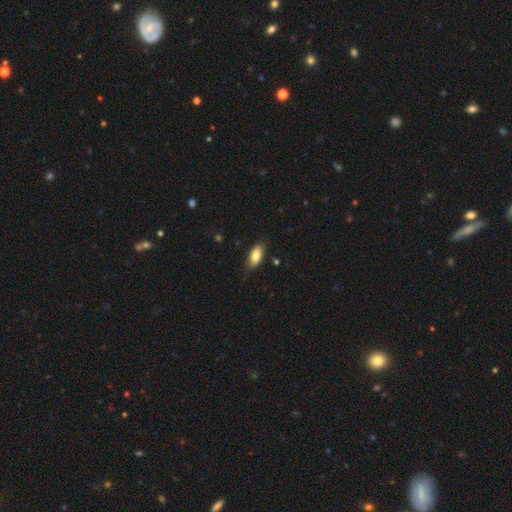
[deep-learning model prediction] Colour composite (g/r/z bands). It shows a smooth galaxy with no disk features (83%) that is in between round and cigar-shaped (89%). Merging: none (81%).